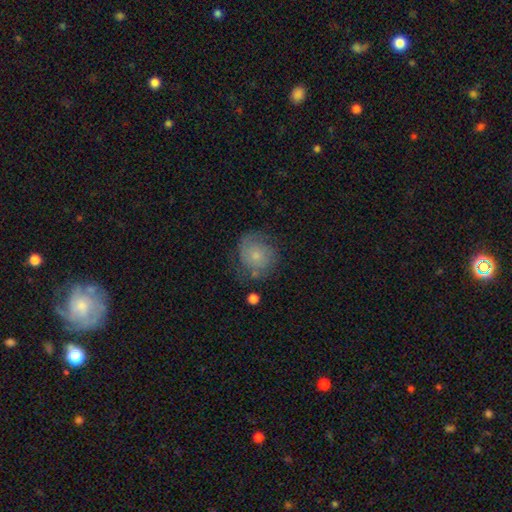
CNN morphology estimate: Smooth or featured? smooth (54%)
How rounded? round (80%)
Merging? none (57%)